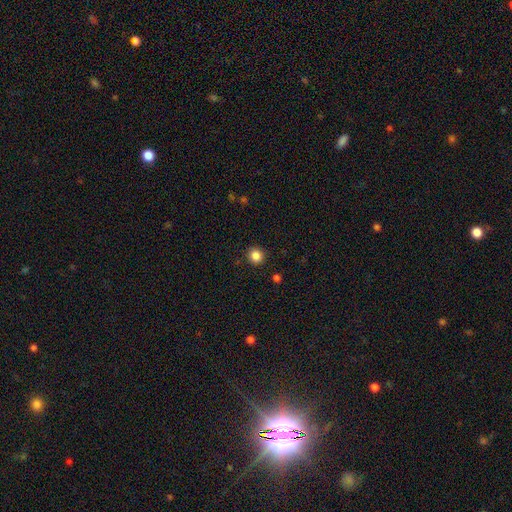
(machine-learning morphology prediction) The model was most divided on "smooth or featured": smooth: 85%, star or artifact: 11%, featured or disk: 4%. More confident: how rounded — round (92%); merging — none (92%).